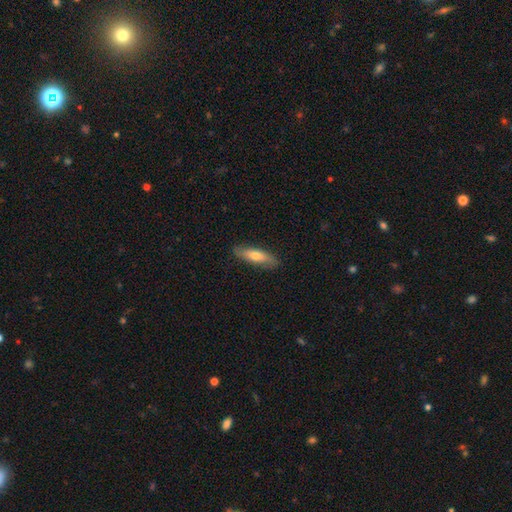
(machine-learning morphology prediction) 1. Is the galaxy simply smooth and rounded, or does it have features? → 62% smooth, 32% featured or disk, 6% star or artifact.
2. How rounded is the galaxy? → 61% cigar-shaped, 37% in between, 2% round.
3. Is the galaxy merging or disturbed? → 85% none, 12% minor disturbance, 2% major disturbance, 1% merger.